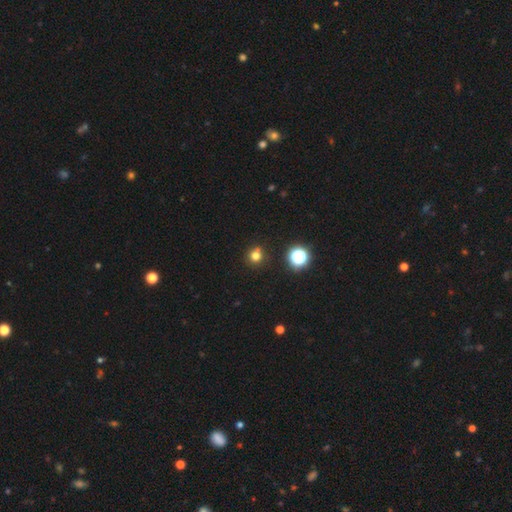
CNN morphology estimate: The model was most divided on "smooth or featured": smooth: 73%, star or artifact: 20%, featured or disk: 7%. More confident: how rounded — round (91%); merging — none (78%).